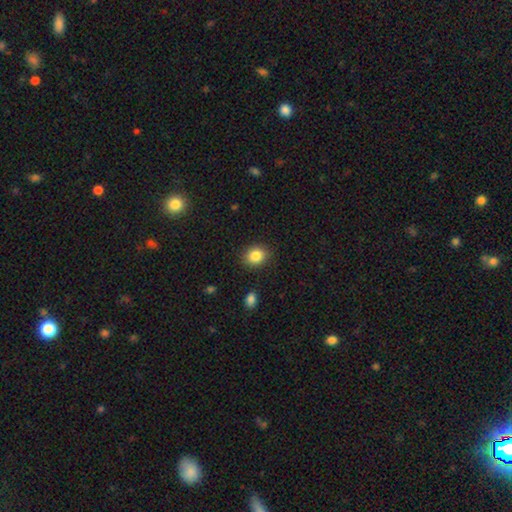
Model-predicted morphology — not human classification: Smooth or featured? Predicted: smooth (p=0.86). How rounded? Predicted: round (p=0.58). Merging? Predicted: none (p=0.88).